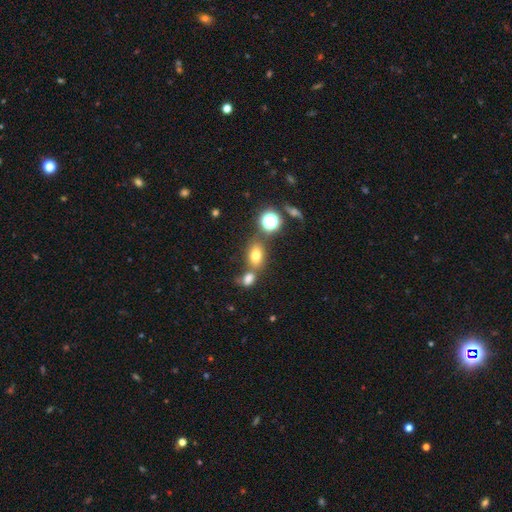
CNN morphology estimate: Q: Smooth or featured?
A: smooth (73%); runner-up: star or artifact (16%)
Q: How rounded?
A: in between (76%); runner-up: round (22%)
Q: Merging?
A: none (58%); runner-up: merger (24%)